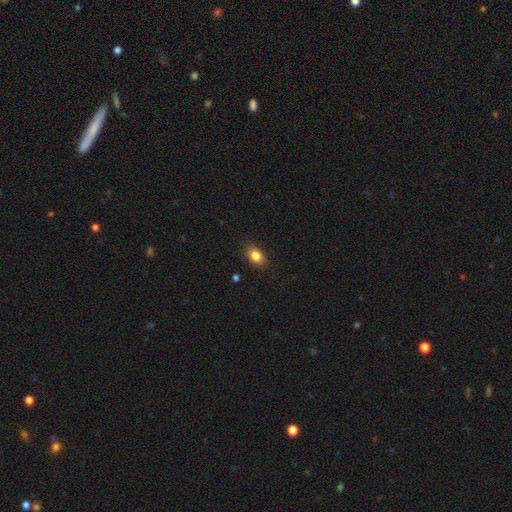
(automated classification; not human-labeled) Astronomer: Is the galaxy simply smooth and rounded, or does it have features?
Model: smooth — 85%.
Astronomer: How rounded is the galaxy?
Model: in between — 82%.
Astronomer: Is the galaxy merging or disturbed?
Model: none — 88%.